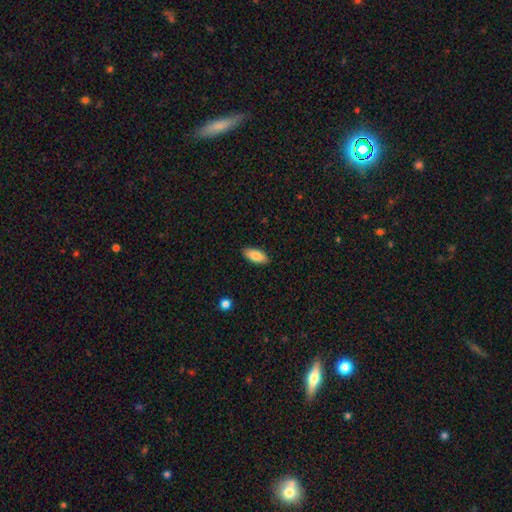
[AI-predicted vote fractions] This appears to be a smooth galaxy with no disk features (84%) that is in between round and cigar-shaped (89%). Merging: none (89%).